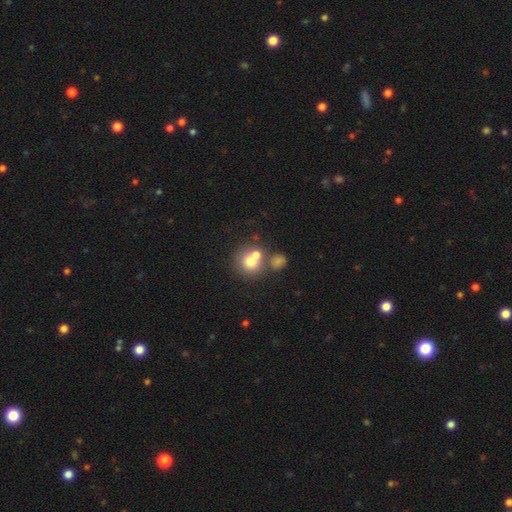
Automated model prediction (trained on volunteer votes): Smooth or featured: smooth — 67% (featured or disk — 20%)
How rounded: round — 84% (in between — 15%)
Merging: merger — 49% (none — 40%)